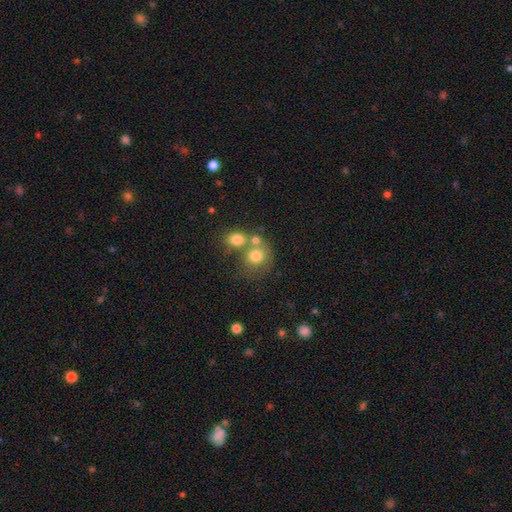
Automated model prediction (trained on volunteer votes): Morphology: type=smooth (75%); roundness=round (77%); merging=none (43%).